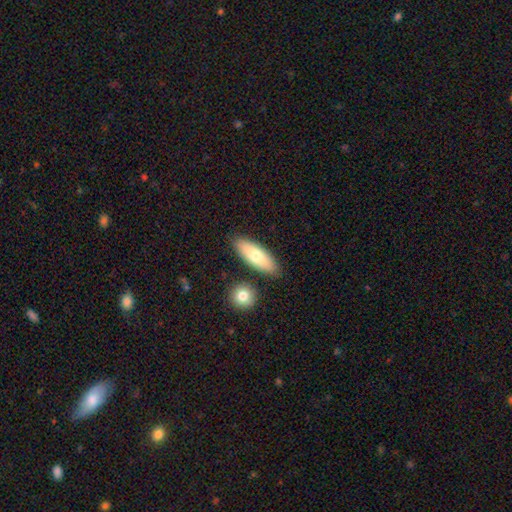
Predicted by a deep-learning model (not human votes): smooth 73%, featured or disk 21%, star or artifact 6%. Down the decision tree: how rounded — in between (65%); merging — none (82%).